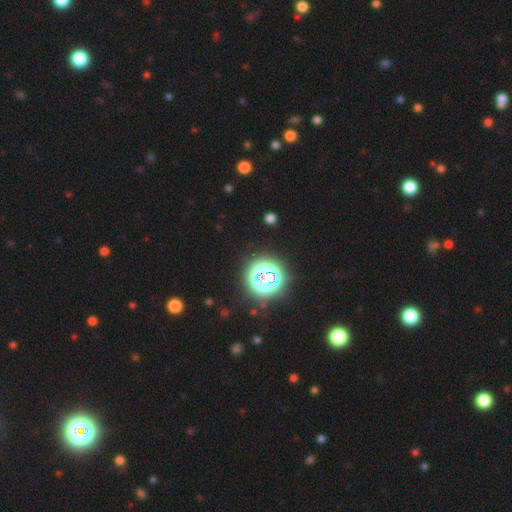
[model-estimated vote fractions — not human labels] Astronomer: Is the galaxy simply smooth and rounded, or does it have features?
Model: star or artifact — 82%.